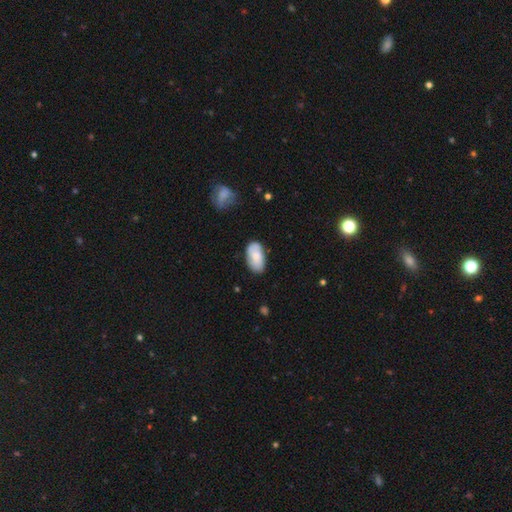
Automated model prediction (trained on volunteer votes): This is likely a smooth galaxy (72%). How rounded: clearly in between (94%). Merging: likely none (69%).